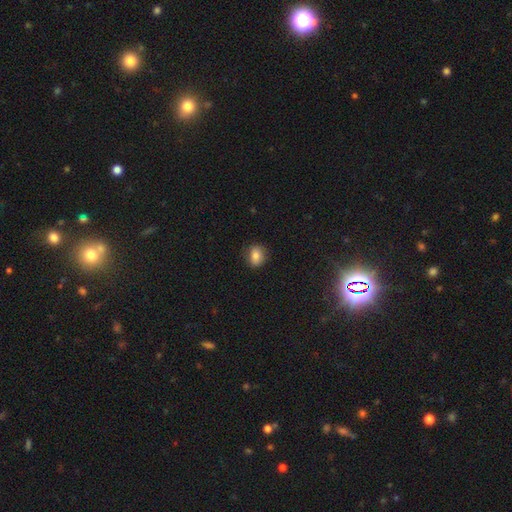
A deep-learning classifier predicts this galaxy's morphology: Smooth or featured? smooth (80%)
How rounded? round (56%)
Merging? none (84%)